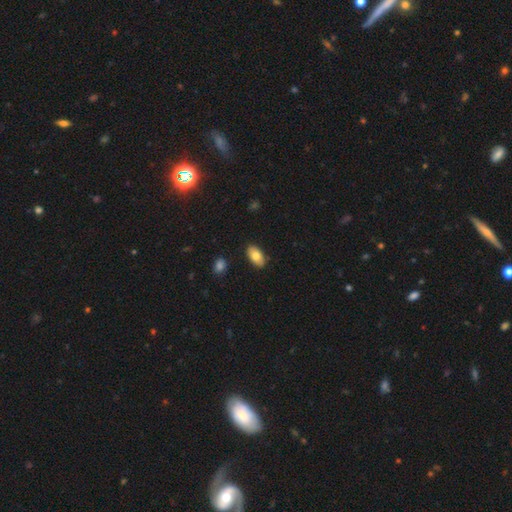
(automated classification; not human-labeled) Overall: smooth (80%). How rounded: in between (94%). Merging: none (87%).